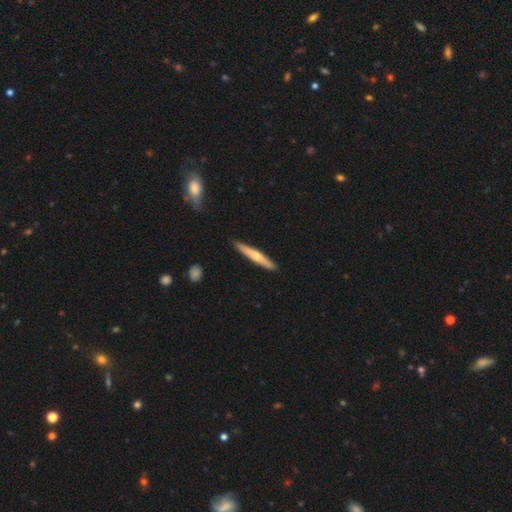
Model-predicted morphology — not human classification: Q: Smooth or featured?
A: smooth (51%); runner-up: featured or disk (44%)
Q: How rounded?
A: cigar-shaped (94%); runner-up: in between (5%)
Q: Merging?
A: none (90%); runner-up: minor disturbance (7%)